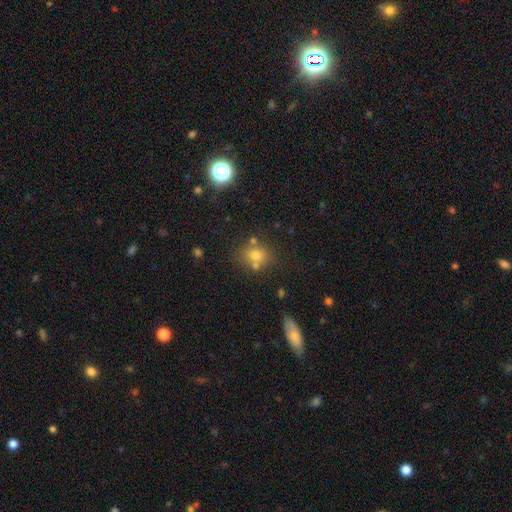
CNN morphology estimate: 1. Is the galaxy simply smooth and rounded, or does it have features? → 67% smooth, 20% star or artifact, 13% featured or disk.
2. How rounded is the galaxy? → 70% round, 28% in between, 1% cigar-shaped.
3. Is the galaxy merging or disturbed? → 65% none, 18% merger, 12% minor disturbance, 4% major disturbance.